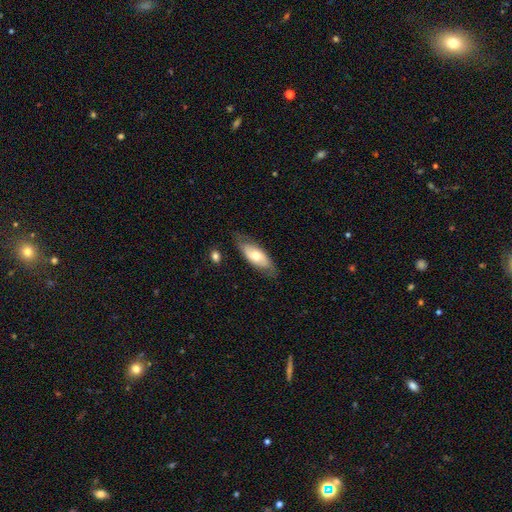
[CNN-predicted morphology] type=smooth (58%); roundness=in between (81%); merging=none (74%).